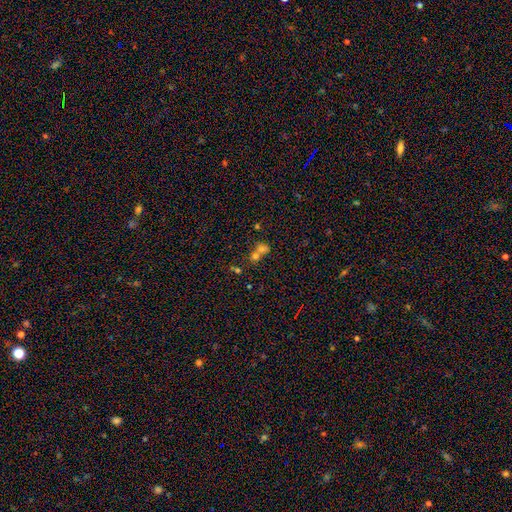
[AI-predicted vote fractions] smooth_or_featured: smooth (p=0.64) [alt: star or artifact p=0.21]
how_rounded: round (p=0.72) [alt: in between p=0.27]
merging: merger (p=0.61) [alt: none p=0.30]